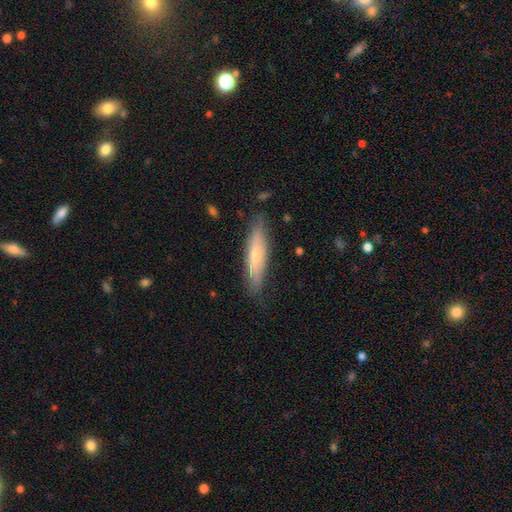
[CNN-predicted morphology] smooth-or-featured: smooth: 57% | featured or disk: 37% | star or artifact: 6%
  how-rounded: cigar-shaped: 79% | in between: 19% | round: 1%
  merging: none: 82% | minor disturbance: 14% | major disturbance: 3% | merger: 1%